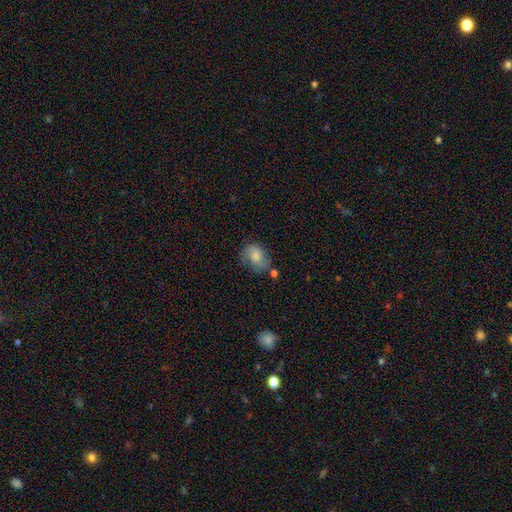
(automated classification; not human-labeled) Smooth or featured?
  - smooth: 61% *
  - featured or disk: 30%
  - star or artifact: 9%
How rounded?
  - in between: 59% *
  - round: 39%
  - cigar-shaped: 1%
Merging?
  - none: 55% *
  - minor disturbance: 27%
  - major disturbance: 10%
  - merger: 8%